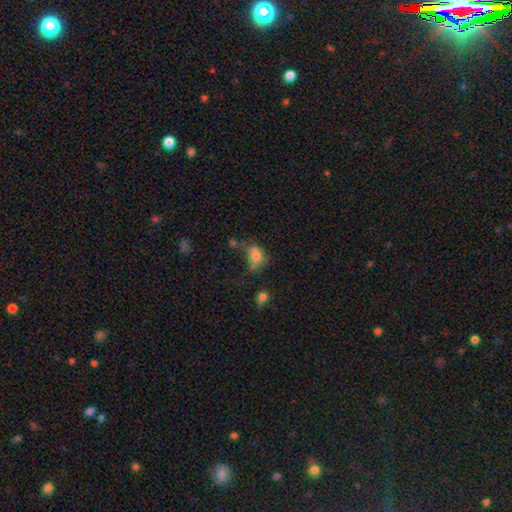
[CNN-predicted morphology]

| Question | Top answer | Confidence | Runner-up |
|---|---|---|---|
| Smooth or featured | smooth | 71% | featured or disk (16%) |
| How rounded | in between | 68% | round (30%) |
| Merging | none | 33% | minor disturbance (26%) |